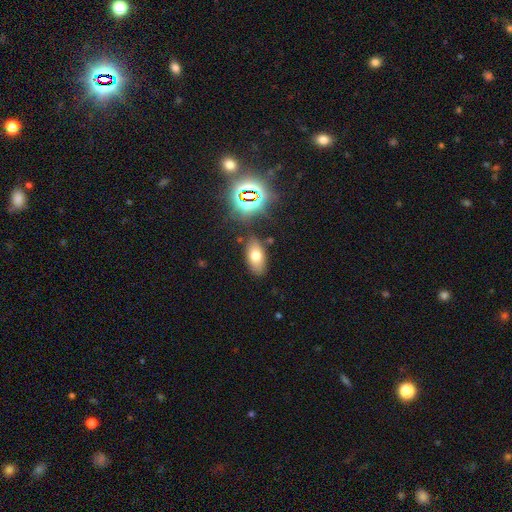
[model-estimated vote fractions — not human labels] Overall: smooth (67%). How rounded: in between (89%). Merging: none (81%).